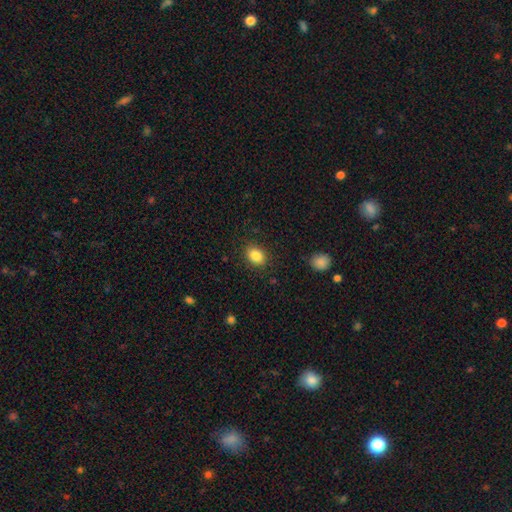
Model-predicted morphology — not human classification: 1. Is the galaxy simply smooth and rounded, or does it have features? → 85% smooth, 9% star or artifact, 6% featured or disk.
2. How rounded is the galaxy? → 66% in between, 33% round, 1% cigar-shaped.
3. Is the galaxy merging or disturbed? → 86% none, 10% minor disturbance, 3% major disturbance, 1% merger.